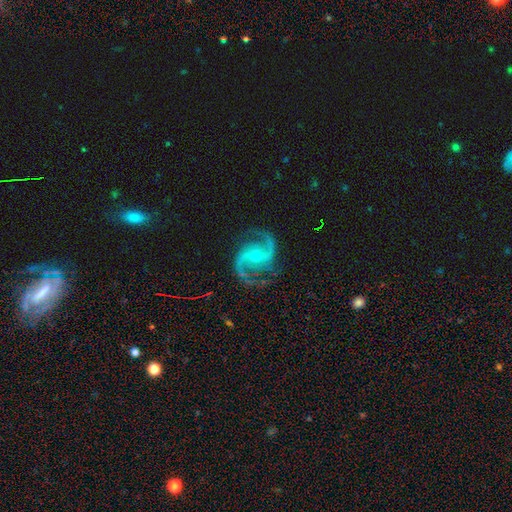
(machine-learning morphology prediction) smooth-or-featured: featured or disk: 92% | star or artifact: 5% | smooth: 3%
  disk-edge-on: no: 98% | yes: 2%
    bar: no: 48% | weak: 37% | strong: 15%
    has-spiral-arms: yes: 98% | no: 2%
      spiral-winding: medium: 57% | loose: 32% | tight: 11%
      spiral-arm-count: 2: 90% | 3: 4% | can't tell: 2% | 1: 1% | 4: 1% | more than 4: 1%
    bulge-size: small: 52% | moderate: 44% | none: 2% | large: 1% | dominant: 1%
  merging: none: 78% | minor disturbance: 15% | major disturbance: 6% | merger: 1%